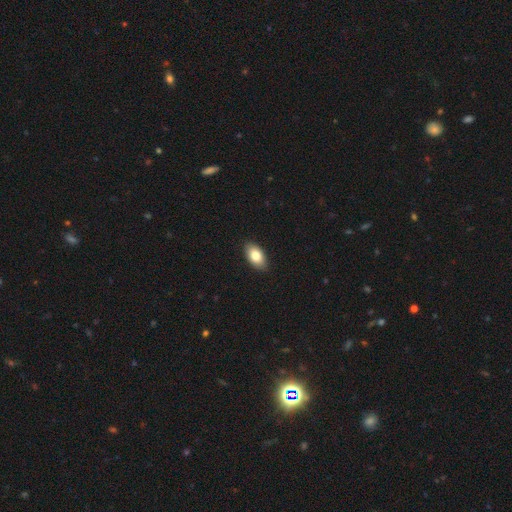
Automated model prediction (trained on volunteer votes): Morphology: type=smooth (82%); roundness=in between (93%); merging=none (90%).